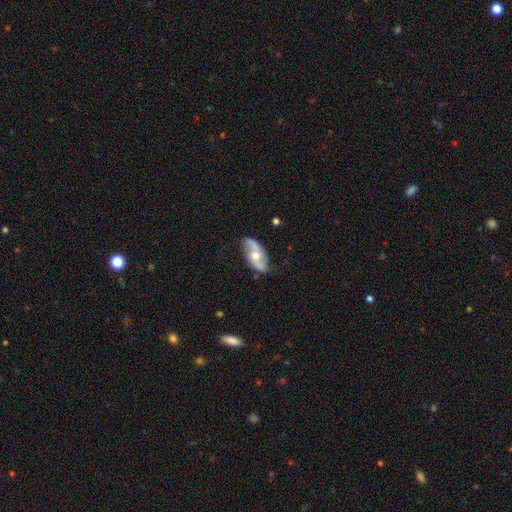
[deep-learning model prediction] featured or disk 77%, smooth 18%, star or artifact 5%. Down the decision tree: edge-on disk — no (92%); bar — no (59%); spiral arms — yes (90%); spiral arm count — 2 (91%); spiral winding — loose (69%); bulge size — moderate (72%); merging — none (74%).